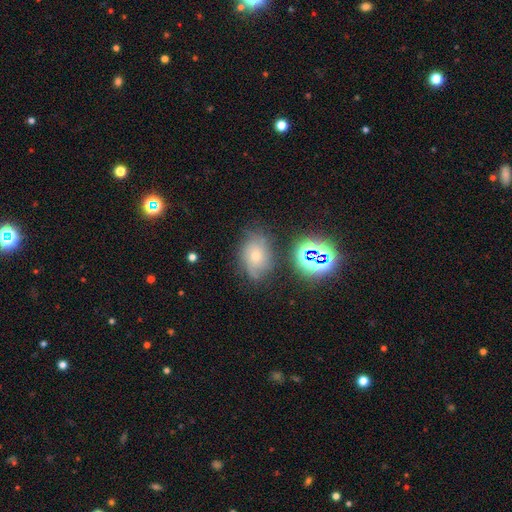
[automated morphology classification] A smooth galaxy with no disk features (49%).

Vote fractions:
- Smooth or featured? smooth: 49% / featured or disk: 27% / star or artifact: 24%
- Merging? none: 63% / minor disturbance: 25% / major disturbance: 9% / merger: 4%